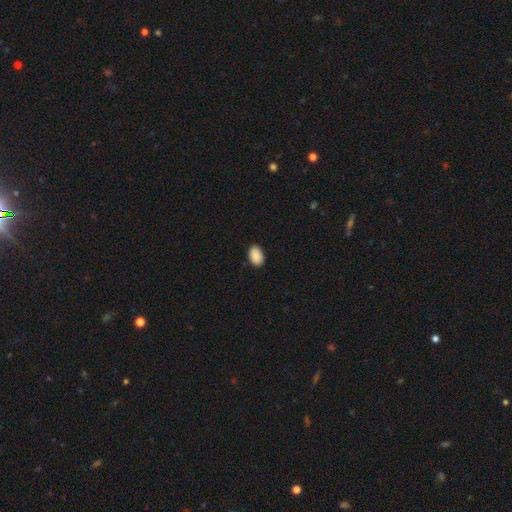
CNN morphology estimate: Smooth or featured? Predicted: smooth (p=0.90). How rounded? Predicted: in between (p=0.88). Merging? Predicted: none (p=0.87).